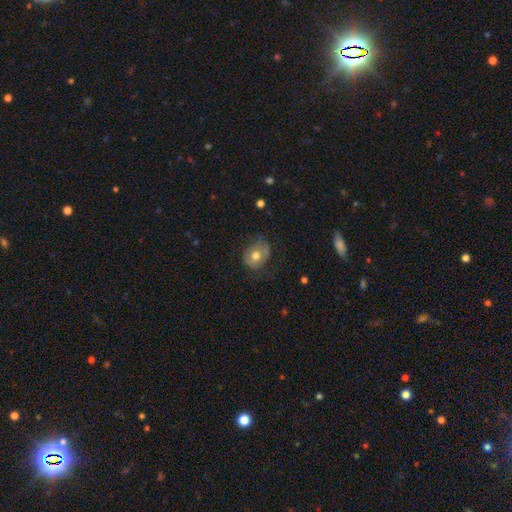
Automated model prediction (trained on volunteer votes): A smooth galaxy with no disk features (63%) that is round (56%). Merging: none (58%).